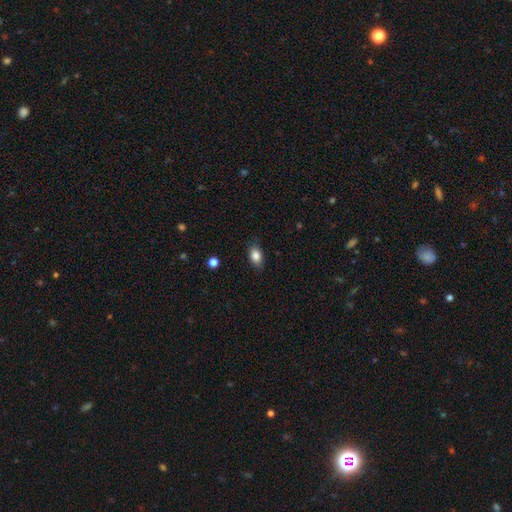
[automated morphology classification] This is clearly a smooth galaxy (85%). How rounded: clearly in between (84%). Merging: clearly none (83%).